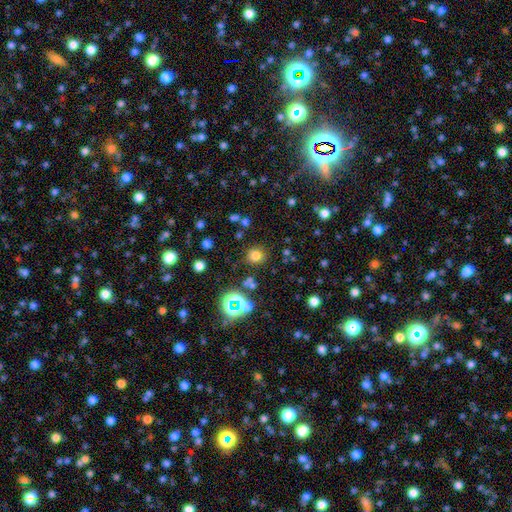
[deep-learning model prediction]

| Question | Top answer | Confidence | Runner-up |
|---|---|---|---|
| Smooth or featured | smooth | 72% | star or artifact (21%) |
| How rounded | round | 85% | in between (14%) |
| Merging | none | 82% | minor disturbance (9%) |